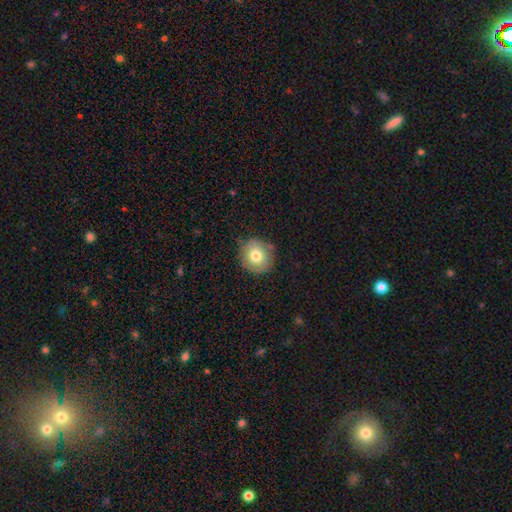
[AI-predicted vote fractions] smooth 76%, featured or disk 15%, star or artifact 9%. Down the decision tree: how rounded — round (87%); merging — none (82%).